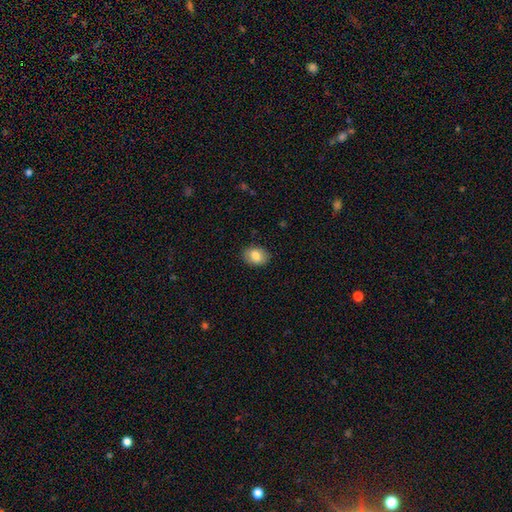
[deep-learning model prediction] smooth-or-featured: smooth: 82% | featured or disk: 11% | star or artifact: 8%
  how-rounded: in between: 76% | round: 23% | cigar-shaped: 1%
  merging: none: 88% | minor disturbance: 9% | major disturbance: 2% | merger: 1%